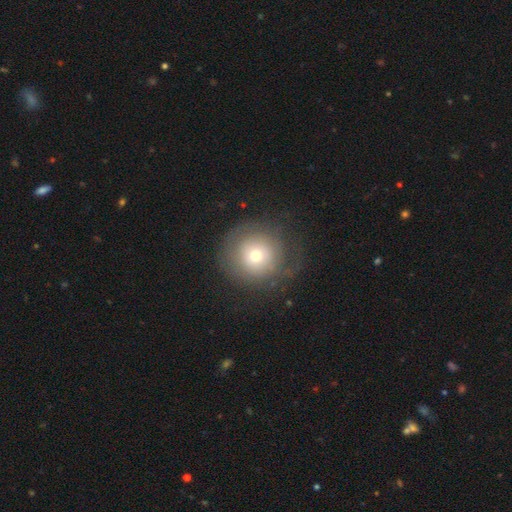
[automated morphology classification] Smooth or featured?
  - smooth: 60% *
  - featured or disk: 30%
  - star or artifact: 11%
How rounded?
  - round: 93% *
  - in between: 6%
  - cigar-shaped: 1%
Merging?
  - none: 68% *
  - minor disturbance: 17%
  - major disturbance: 14%
  - merger: 1%